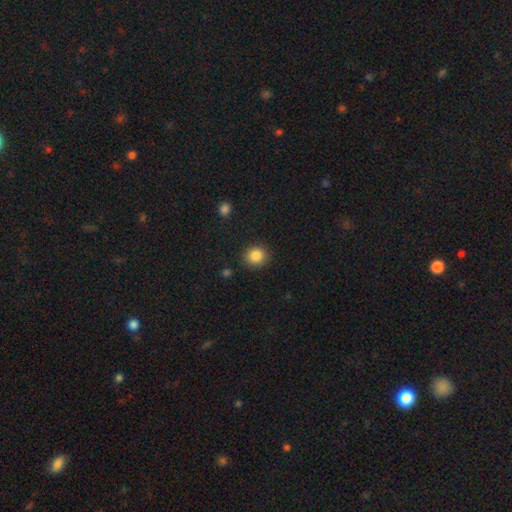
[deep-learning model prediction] Q: Smooth or featured?
A: smooth (86%); runner-up: star or artifact (10%)
Q: How rounded?
A: round (83%); runner-up: in between (16%)
Q: Merging?
A: none (89%); runner-up: minor disturbance (7%)